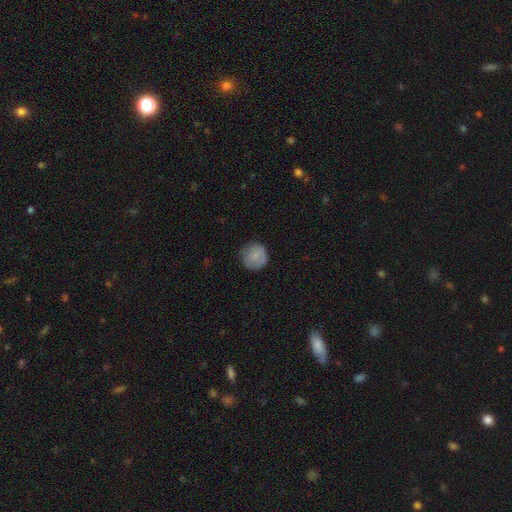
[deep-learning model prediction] smooth 83%, featured or disk 10%, star or artifact 7%. Down the decision tree: how rounded — round (94%); merging — none (78%).